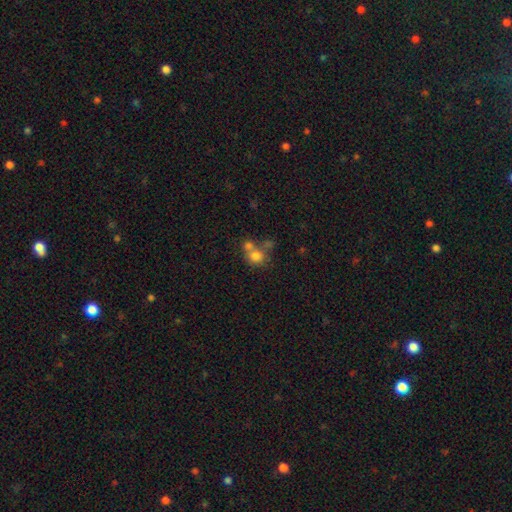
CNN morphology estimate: Overall: smooth (75%). How rounded: round (79%). Merging: merger (49%; none 37%).